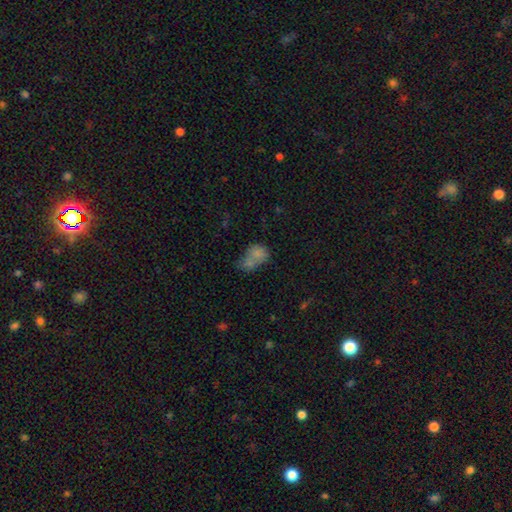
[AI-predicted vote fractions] Q: Smooth or featured?
A: smooth (74%); runner-up: featured or disk (14%)
Q: How rounded?
A: in between (61%); runner-up: round (37%)
Q: Merging?
A: merger (60%); runner-up: none (23%)